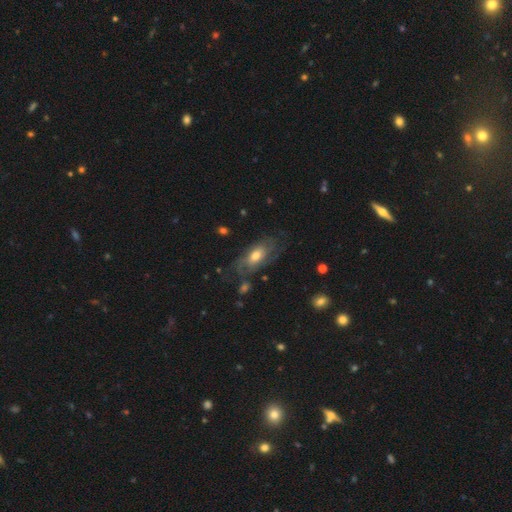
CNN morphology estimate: A featured or disk galaxy (65%) with no bar (69%), spiral arms (80%) and a moderate central bulge (64%).

Vote fractions:
- Smooth or featured? featured or disk: 65% / smooth: 28% / star or artifact: 7%
- Edge-on disk? no: 89% / yes: 11%
- Bar? no: 69% / weak: 26% / strong: 5%
- Spiral arms? yes: 80% / no: 20%
- Bulge size? moderate: 64% / large: 19% / small: 14% / none: 2% / dominant: 1%
- Merging? none: 57% / minor disturbance: 23% / major disturbance: 17% / merger: 3%